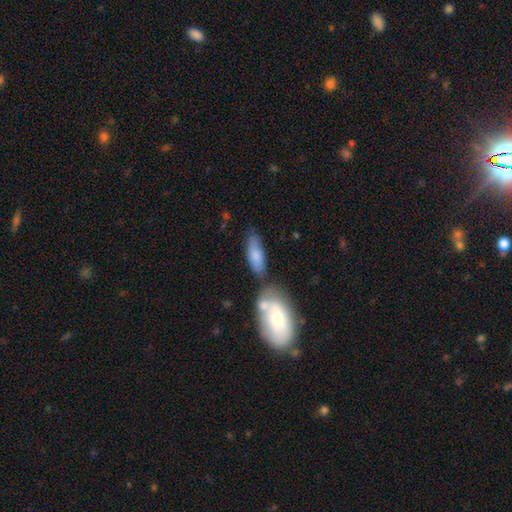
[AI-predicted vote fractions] Smooth or featured?
  - smooth: 76% *
  - featured or disk: 18%
  - star or artifact: 6%
How rounded?
  - in between: 69% *
  - cigar-shaped: 28%
  - round: 3%
Merging?
  - none: 57% *
  - merger: 19%
  - minor disturbance: 18%
  - major disturbance: 6%